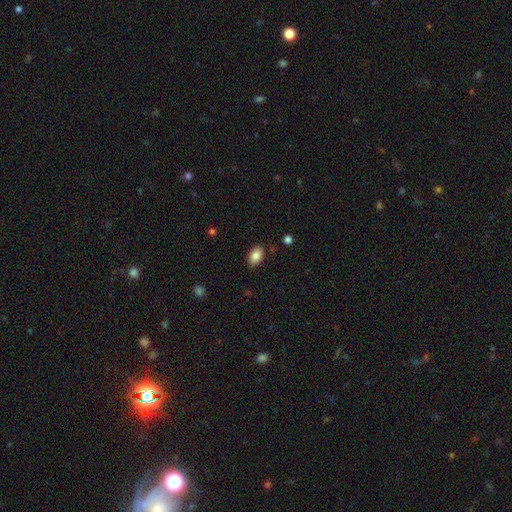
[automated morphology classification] Smooth or featured: smooth — 86% (star or artifact — 8%)
How rounded: in between — 89% (round — 9%)
Merging: none — 87% (minor disturbance — 10%)